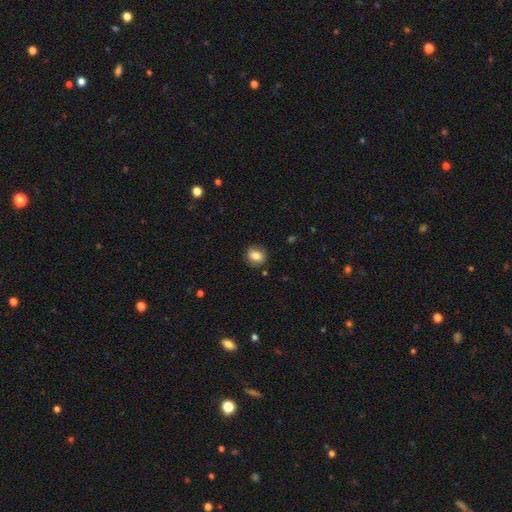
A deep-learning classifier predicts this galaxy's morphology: type=smooth (83%); roundness=round (57%); merging=none (87%).